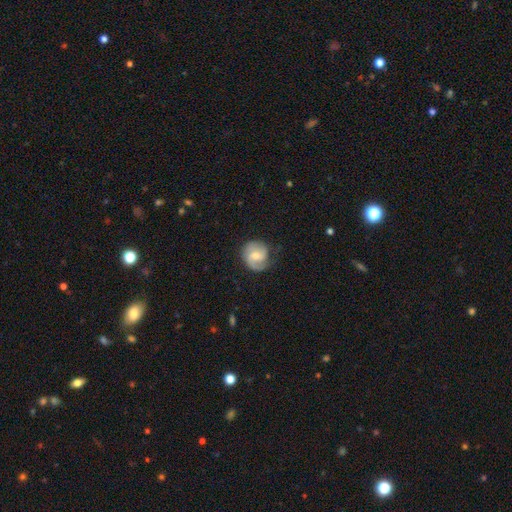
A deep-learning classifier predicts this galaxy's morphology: featured or disk 71%, smooth 23%, star or artifact 6%. Down the decision tree: edge-on disk — no (98%); bar — weak (49%); spiral arms — yes (94%); spiral arm count — 2 (70%); spiral winding — medium (46%); bulge size — moderate (49%); merging — none (71%).